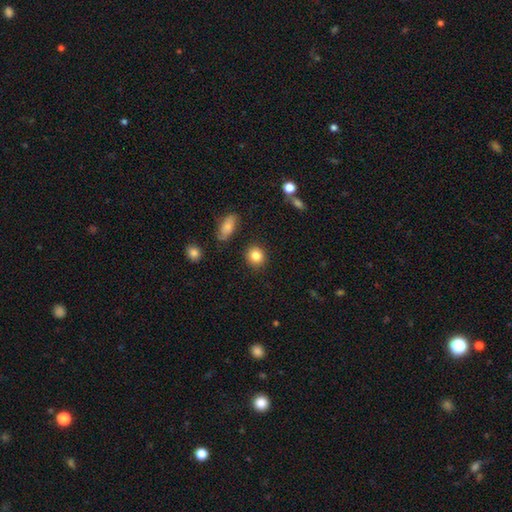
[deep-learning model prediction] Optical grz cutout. It shows a smooth galaxy with no disk features (84%) that is round (85%). Merging: none (89%).